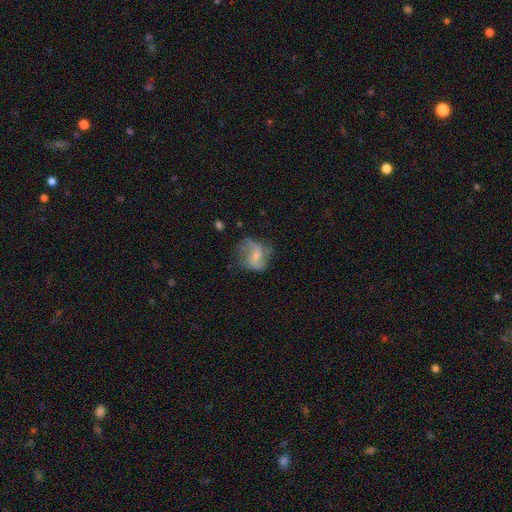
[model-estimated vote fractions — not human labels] Smooth or featured: featured or disk — 70% (smooth — 23%)
Edge-on disk: no — 98% (yes — 2%)
Bar: no — 48% (weak — 42%)
Spiral arms: yes — 89% (no — 11%)
Spiral winding: loose — 50% (medium — 39%)
Spiral arm count: 2 — 79% (can't tell — 9%)
Bulge size: small — 57% (moderate — 32%)
Merging: none — 58% (minor disturbance — 25%)